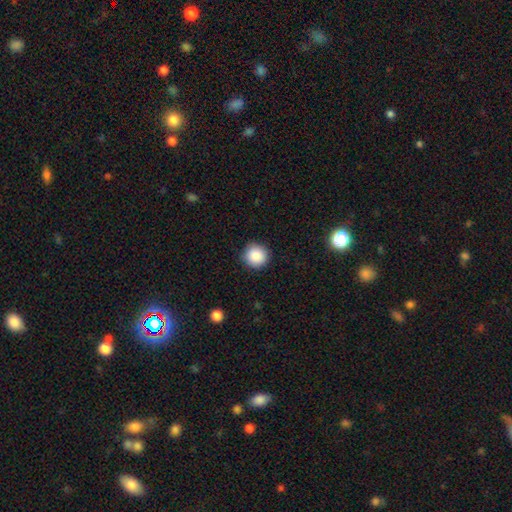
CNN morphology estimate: A smooth galaxy with no disk features (88%) that is round (94%). Merging: none (90%).